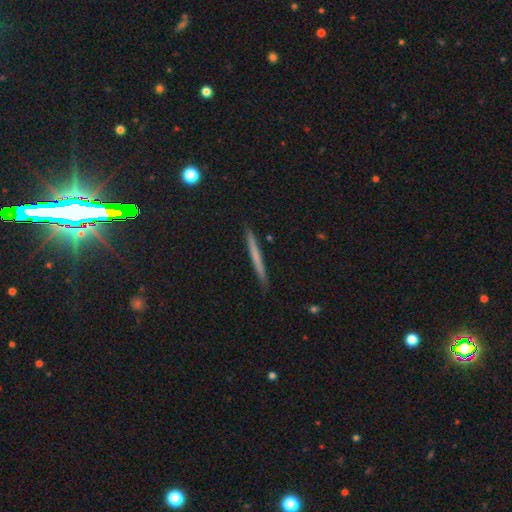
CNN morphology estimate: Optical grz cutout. It shows a smooth galaxy with no disk features (54%) that is cigar-shaped (97%). Merging: none (91%).